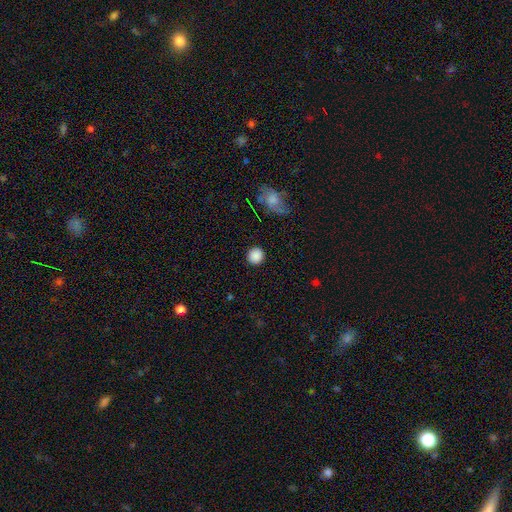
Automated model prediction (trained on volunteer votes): Smooth or featured: smooth — 87% (star or artifact — 9%)
How rounded: round — 93% (in between — 6%)
Merging: none — 90% (minor disturbance — 6%)